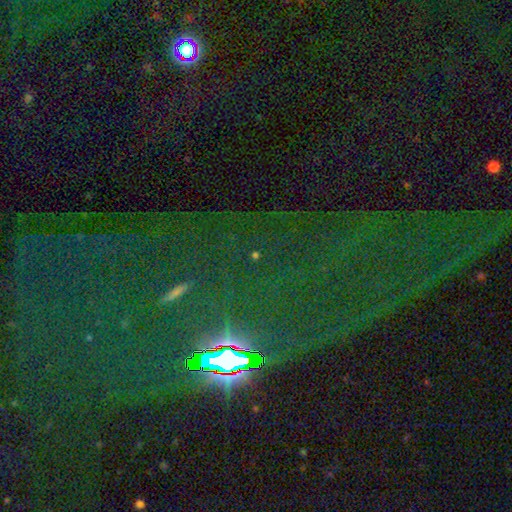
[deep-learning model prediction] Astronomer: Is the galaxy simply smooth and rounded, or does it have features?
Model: star or artifact — 79%.